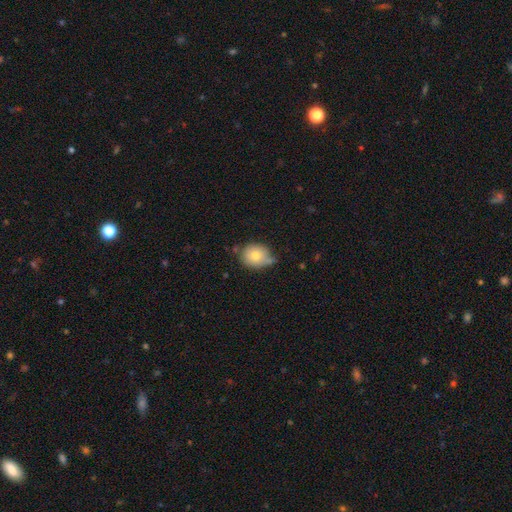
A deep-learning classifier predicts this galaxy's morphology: Overall: smooth (76%). How rounded: round (67%; in between 32%). Merging: none (52%; minor disturbance 33%).